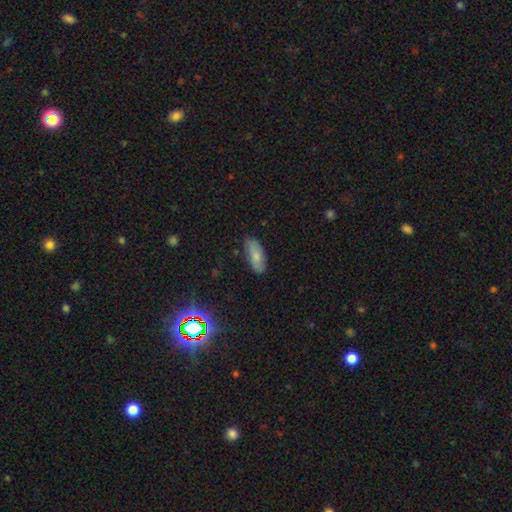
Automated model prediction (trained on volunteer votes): Morphology: type=smooth (75%); roundness=in between (80%); merging=none (77%).